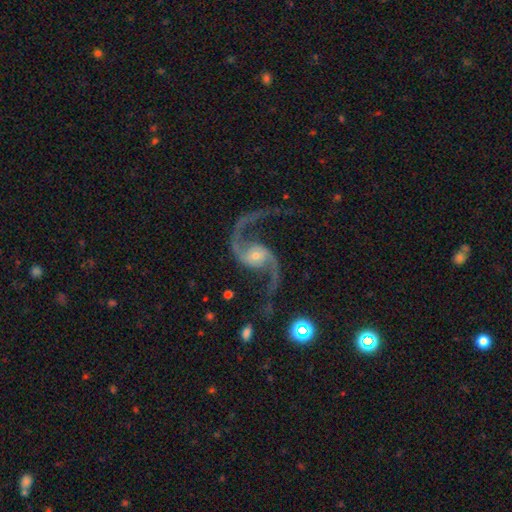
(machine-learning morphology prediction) This is clearly a featured or disk galaxy (93%). It is clearly not viewed edge-on (98%). Bar: possibly no (56%). Spiral arm pattern: clearly yes (98%). Spiral arm count: clearly 2 (95%). Spiral winding: likely loose (69%). Central bulge: likely small (66%). Merging: likely none (74%).